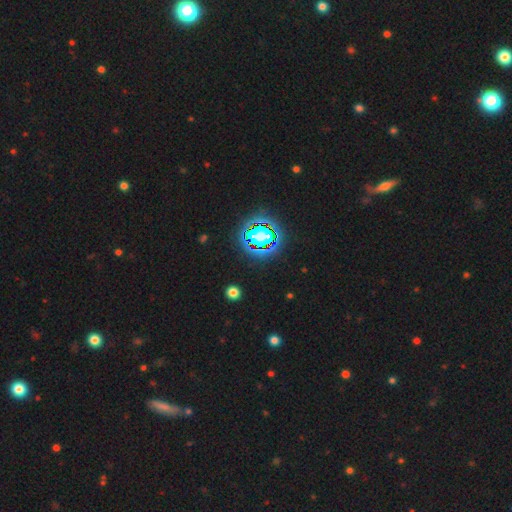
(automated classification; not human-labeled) Smooth or featured? star or artifact (79%)